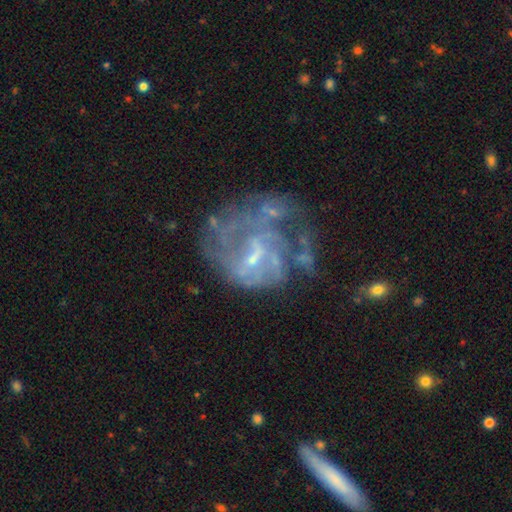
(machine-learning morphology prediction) Smooth or featured? featured or disk (74%)
Edge-on disk? no (98%)
Bar? no (44%, tied with weak)
Spiral arms? yes (52%)
Bulge size? small (57%)
Merging? none (36%)